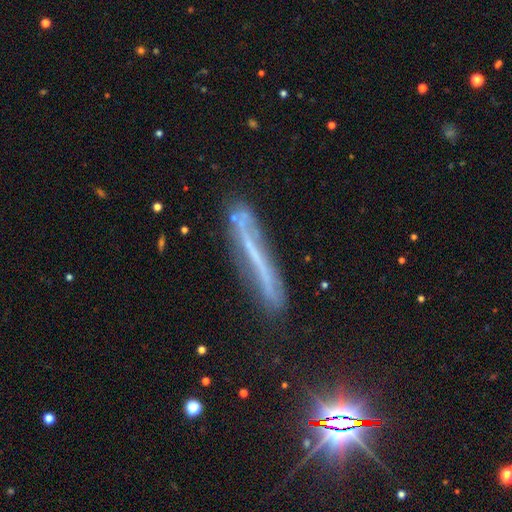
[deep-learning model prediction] Smooth or featured? Predicted: featured or disk (p=0.60). Edge-on disk? Predicted: yes (p=0.77). Merging? Predicted: none (p=0.69).